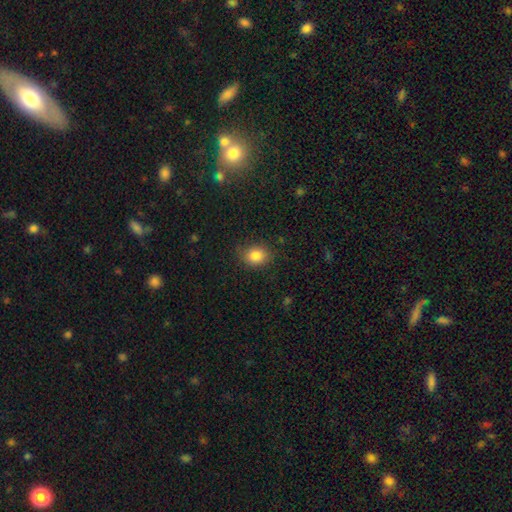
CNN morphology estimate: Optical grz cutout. It shows a smooth galaxy with no disk features (84%) that is round (53%). Merging: none (83%).